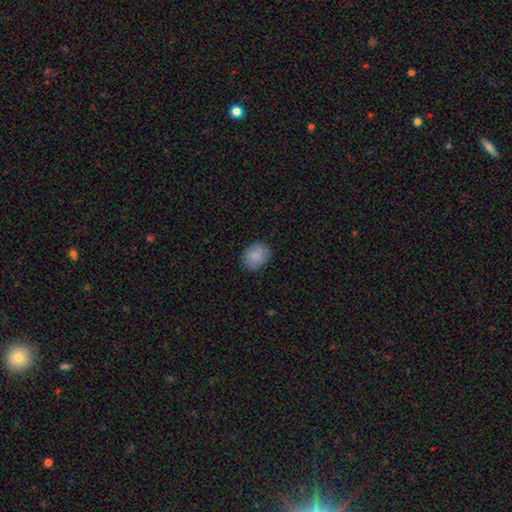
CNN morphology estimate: Q: Smooth or featured?
A: smooth (85%); runner-up: featured or disk (8%)
Q: How rounded?
A: round (59%); runner-up: in between (40%)
Q: Merging?
A: none (86%); runner-up: minor disturbance (11%)